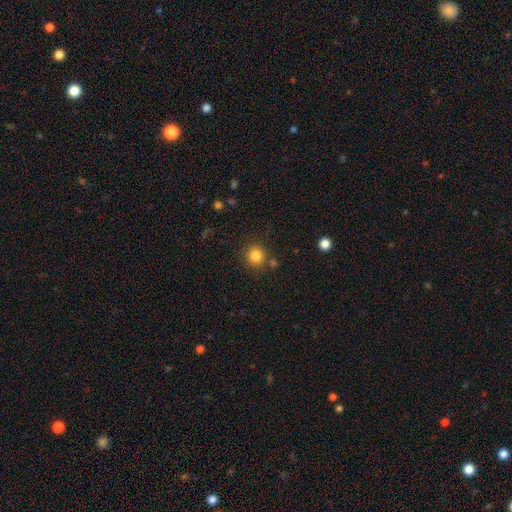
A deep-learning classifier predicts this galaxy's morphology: type=smooth (83%); roundness=round (91%); merging=none (83%).